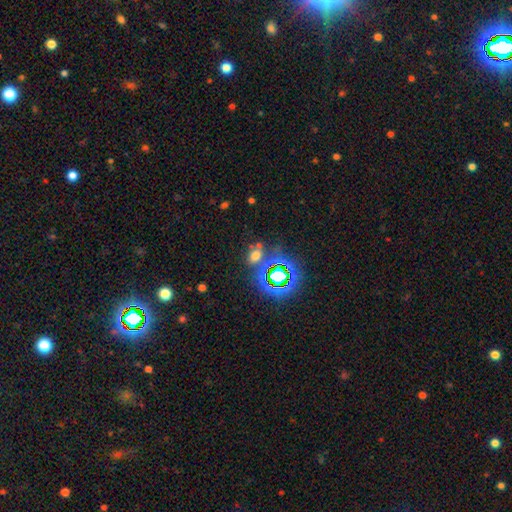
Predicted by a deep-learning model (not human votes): Smooth or featured?
  - smooth: 48% *
  - star or artifact: 43%
  - featured or disk: 9%
Merging?
  - none: 65% *
  - merger: 15%
  - minor disturbance: 13%
  - major disturbance: 7%